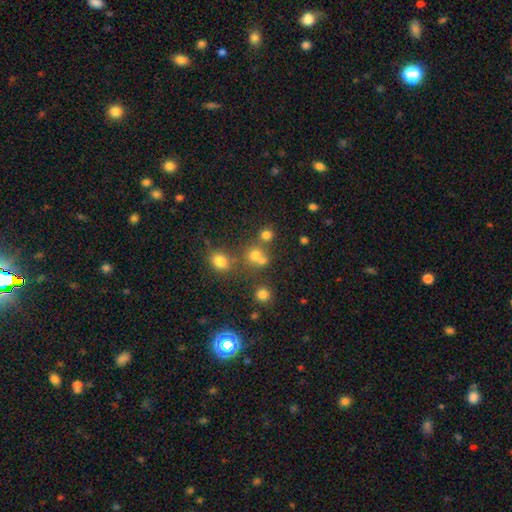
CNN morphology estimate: This appears to be a smooth galaxy with no disk features (63%) that is round (84%). Merging: none (59%).